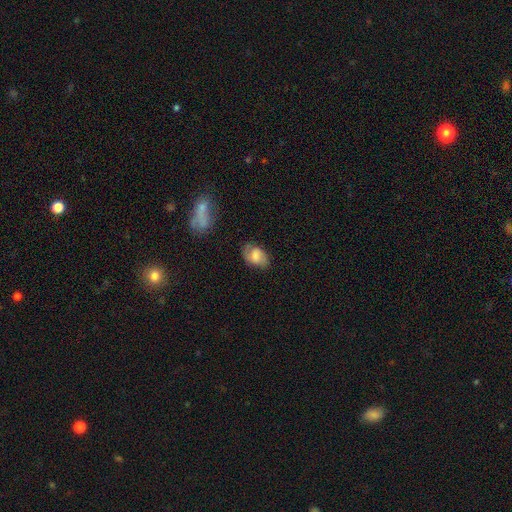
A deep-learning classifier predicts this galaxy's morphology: smooth-or-featured: smooth: 62% | featured or disk: 30% | star or artifact: 8%
  how-rounded: in between: 86% | round: 13% | cigar-shaped: 2%
  merging: none: 68% | minor disturbance: 23% | major disturbance: 7% | merger: 2%